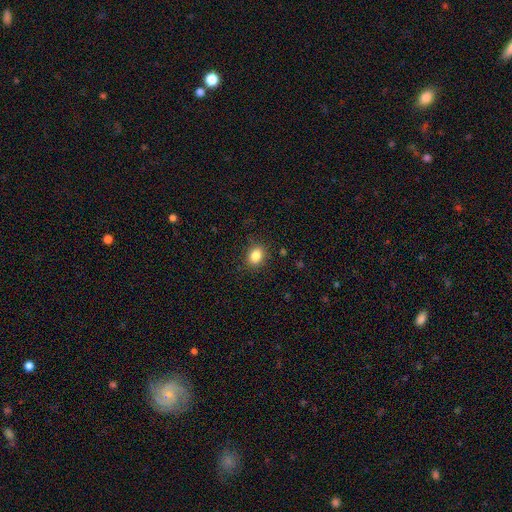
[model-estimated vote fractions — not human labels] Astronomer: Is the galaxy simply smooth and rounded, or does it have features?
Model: smooth — 85%.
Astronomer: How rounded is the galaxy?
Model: in between — 54% (runner-up: round, 45%).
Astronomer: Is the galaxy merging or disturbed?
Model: none — 86%.